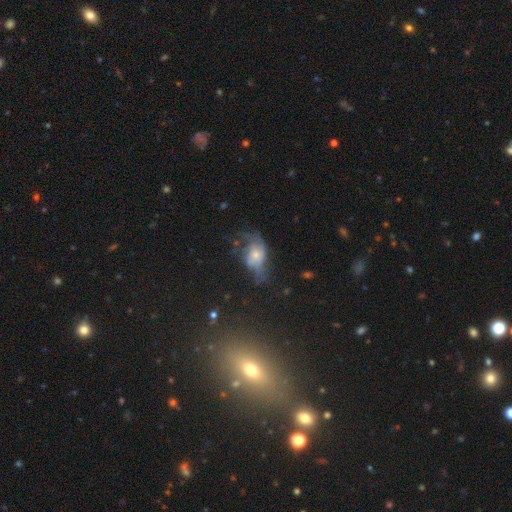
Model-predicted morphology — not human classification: Smooth or featured? Predicted: featured or disk (p=0.51). Edge-on disk? Predicted: no (p=0.93). Merging? Predicted: major disturbance (p=0.41).